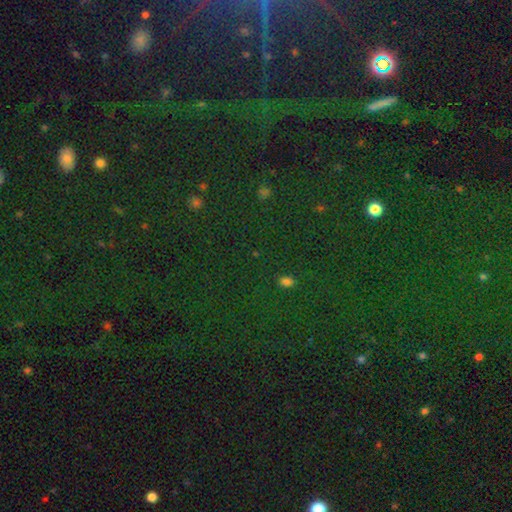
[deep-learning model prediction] smooth-or-featured: star or artifact: 82% | smooth: 10% | featured or disk: 8%